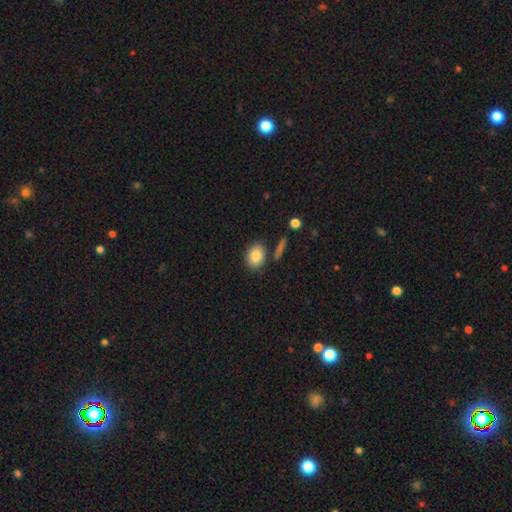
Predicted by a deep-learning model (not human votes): Overall: smooth (85%). How rounded: in between (64%; round 34%). Merging: none (77%).